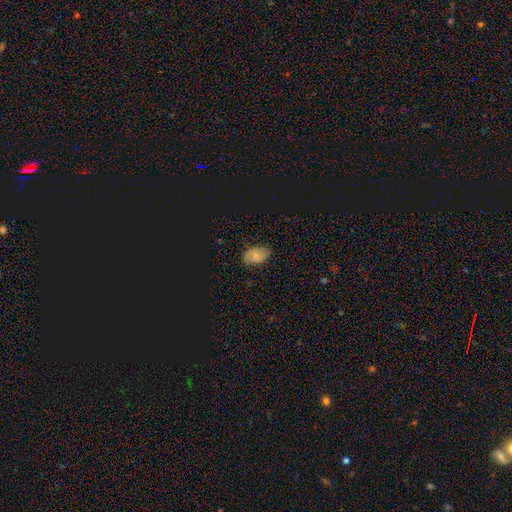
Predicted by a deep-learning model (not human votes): smooth_or_featured: smooth (p=0.60) [alt: featured or disk p=0.25]
how_rounded: in between (p=0.91) [alt: round p=0.08]
merging: none (p=0.77) [alt: minor disturbance p=0.19]